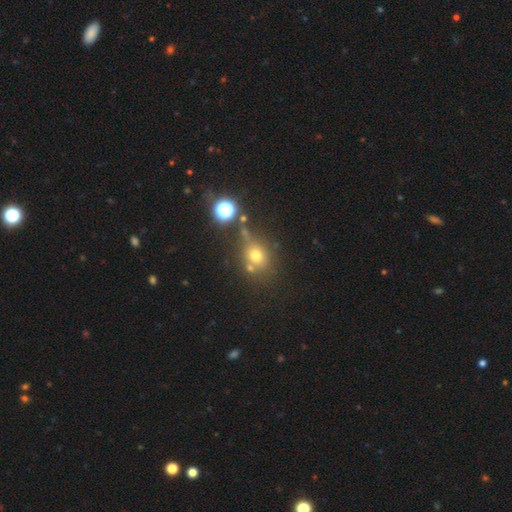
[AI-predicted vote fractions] smooth 64%, star or artifact 23%, featured or disk 13%. Down the decision tree: how rounded — round (73%); merging — none (59%).